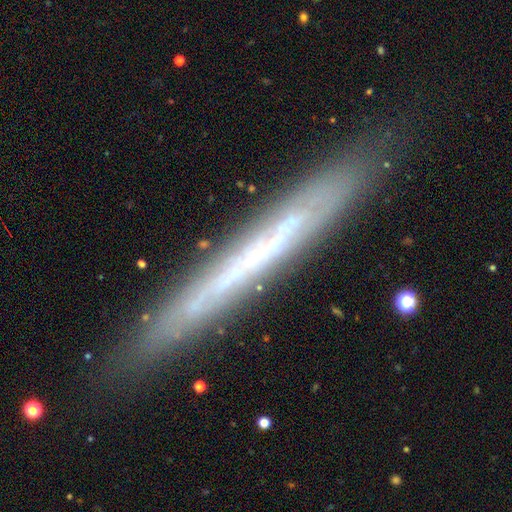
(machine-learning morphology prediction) This is likely a featured or disk galaxy (62%). It is clearly viewed edge-on (88%). Edge-on bulge: clearly none (89%). Merging: clearly none (86%).